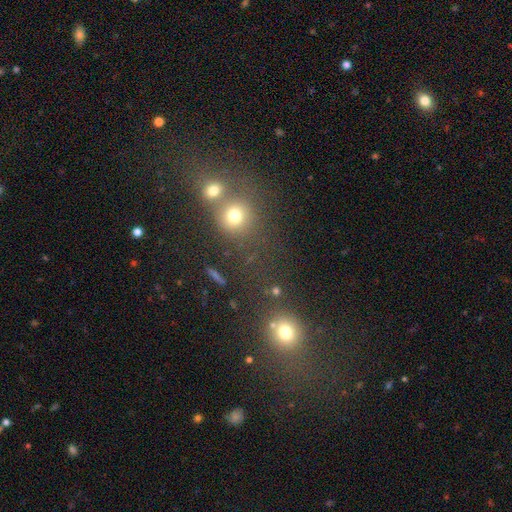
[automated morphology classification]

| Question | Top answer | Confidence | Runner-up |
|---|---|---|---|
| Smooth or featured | smooth | 49% | star or artifact (37%) |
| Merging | merger | 52% | none (35%) |